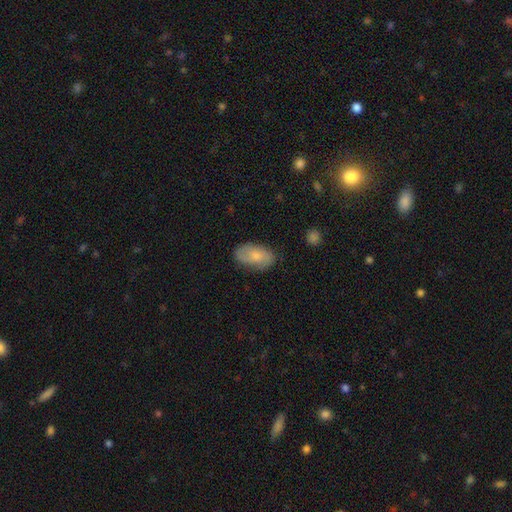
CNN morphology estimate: Q: Smooth or featured?
A: smooth (61%); runner-up: featured or disk (32%)
Q: How rounded?
A: in between (93%); runner-up: round (5%)
Q: Merging?
A: none (78%); runner-up: minor disturbance (16%)